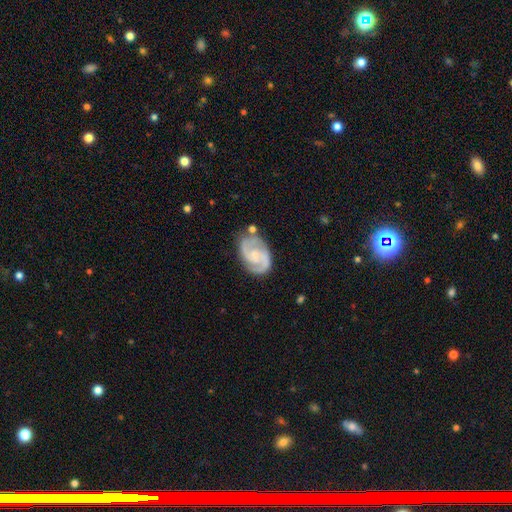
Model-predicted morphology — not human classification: Smooth or featured: featured or disk — 88% (smooth — 8%)
Edge-on disk: no — 98% (yes — 2%)
Bar: no — 54% (weak — 38%)
Spiral arms: yes — 98% (no — 2%)
Spiral winding: medium — 50% (tight — 40%)
Spiral arm count: 2 — 91% (can't tell — 3%)
Bulge size: small — 46% (none — 27%)
Merging: none — 76% (minor disturbance — 16%)